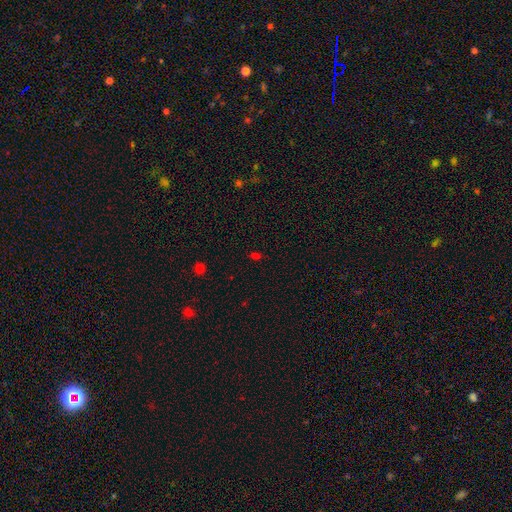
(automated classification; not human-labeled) Smooth or featured? smooth (54%)
How rounded? in between (70%)
Merging? none (80%)